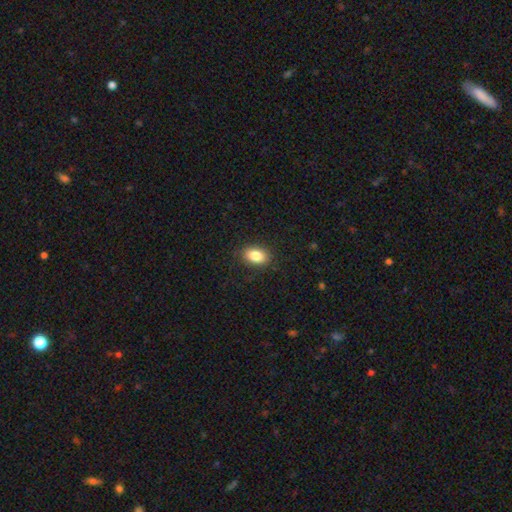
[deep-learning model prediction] Smooth or featured?
  - smooth: 85% *
  - star or artifact: 8%
  - featured or disk: 7%
How rounded?
  - in between: 85% *
  - round: 13%
  - cigar-shaped: 2%
Merging?
  - none: 88% *
  - minor disturbance: 8%
  - major disturbance: 2%
  - merger: 1%